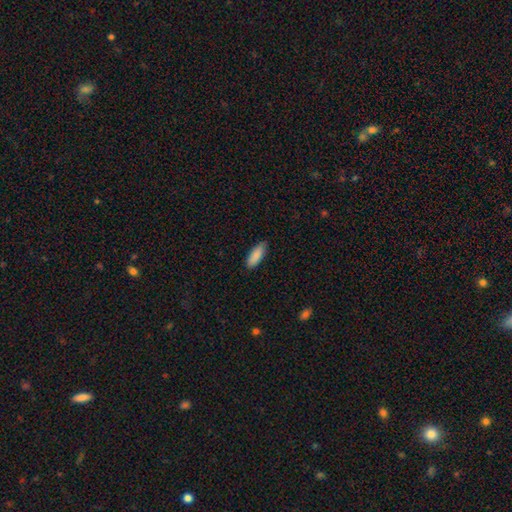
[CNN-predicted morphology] The model was most divided on "how rounded": in between: 72%, cigar-shaped: 27%, round: 2%. More confident: smooth or featured — smooth (89%); merging — none (84%).